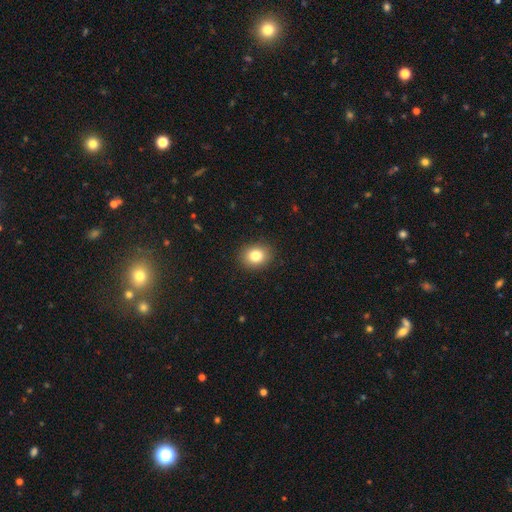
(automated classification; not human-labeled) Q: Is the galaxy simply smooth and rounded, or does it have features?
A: smooth — 82%.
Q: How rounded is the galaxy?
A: round — 55%.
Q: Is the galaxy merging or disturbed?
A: none — 90%.